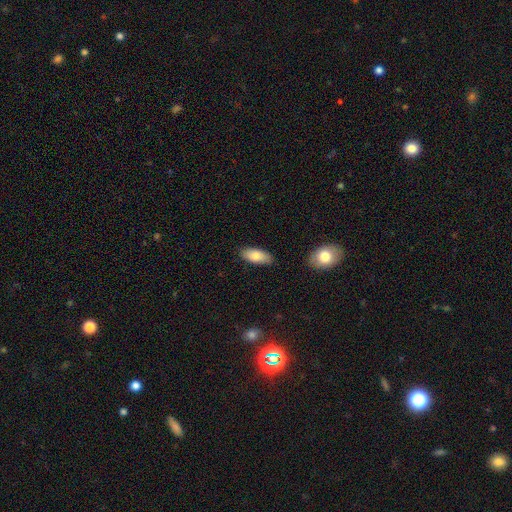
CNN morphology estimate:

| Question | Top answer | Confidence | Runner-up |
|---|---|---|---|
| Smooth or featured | smooth | 83% | featured or disk (10%) |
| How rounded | in between | 86% | cigar-shaped (12%) |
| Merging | none | 84% | minor disturbance (12%) |